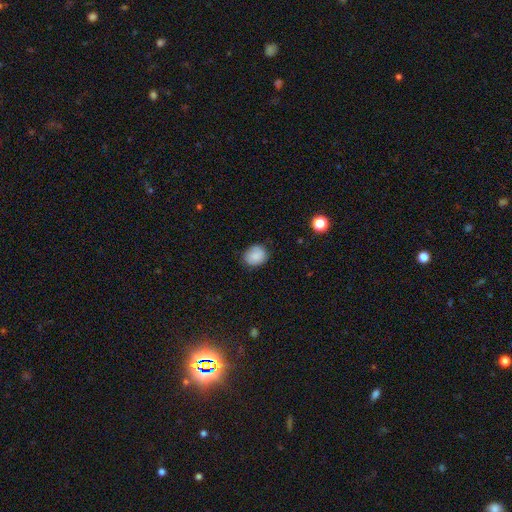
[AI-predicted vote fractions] Smooth or featured? smooth (84%)
How rounded? round (60%)
Merging? none (79%)